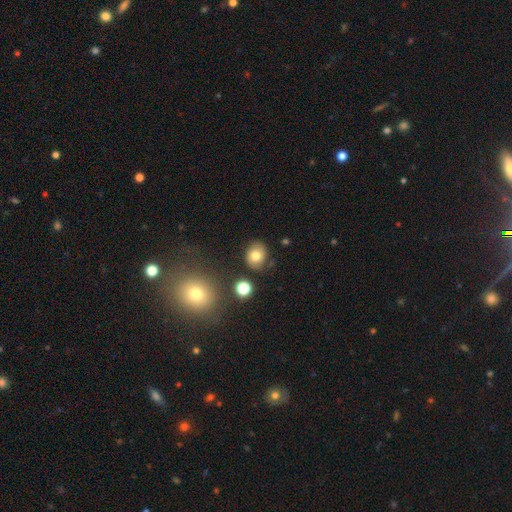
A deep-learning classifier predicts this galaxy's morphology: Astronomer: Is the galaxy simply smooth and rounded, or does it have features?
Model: smooth — 75%.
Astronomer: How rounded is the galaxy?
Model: round — 64%.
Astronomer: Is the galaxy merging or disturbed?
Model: none — 81%.